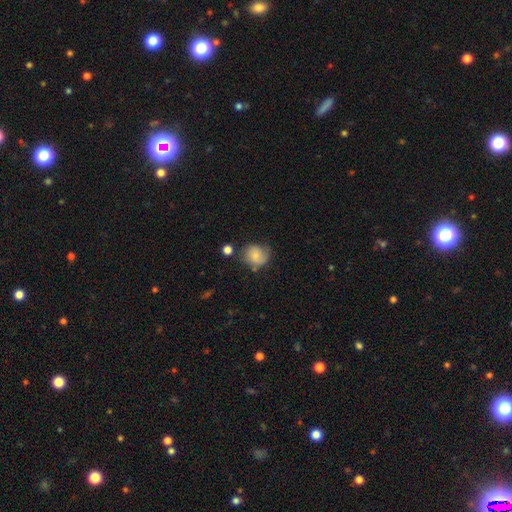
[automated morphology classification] Smooth or featured? Predicted: smooth (p=0.72). How rounded? Predicted: round (p=0.79). Merging? Predicted: none (p=0.60).